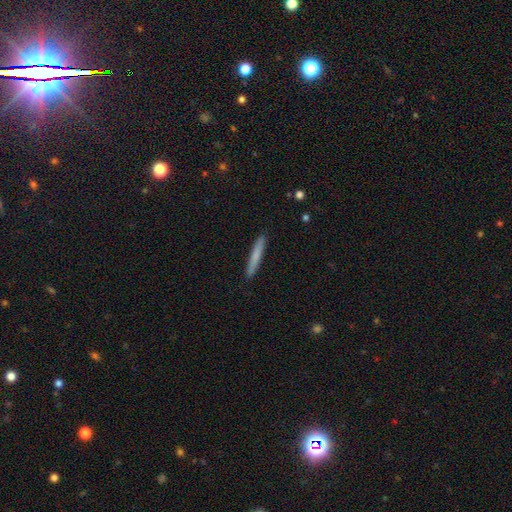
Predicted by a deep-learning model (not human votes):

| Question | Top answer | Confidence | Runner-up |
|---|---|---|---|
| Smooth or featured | smooth | 74% | featured or disk (20%) |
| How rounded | cigar-shaped | 96% | in between (3%) |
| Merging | none | 91% | minor disturbance (6%) |